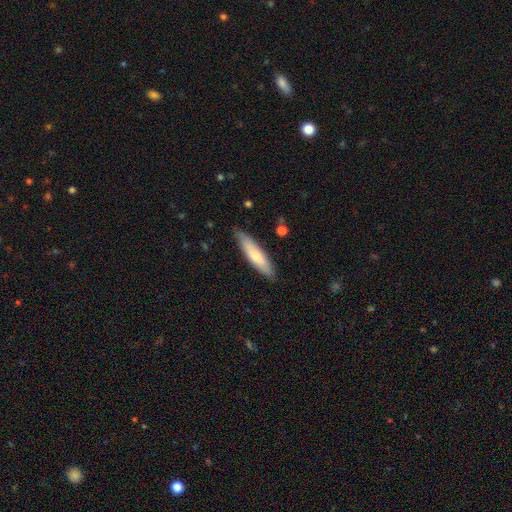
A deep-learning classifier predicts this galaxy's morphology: smooth 68%, featured or disk 27%, star or artifact 5%. Down the decision tree: how rounded — cigar-shaped (75%); merging — none (85%).